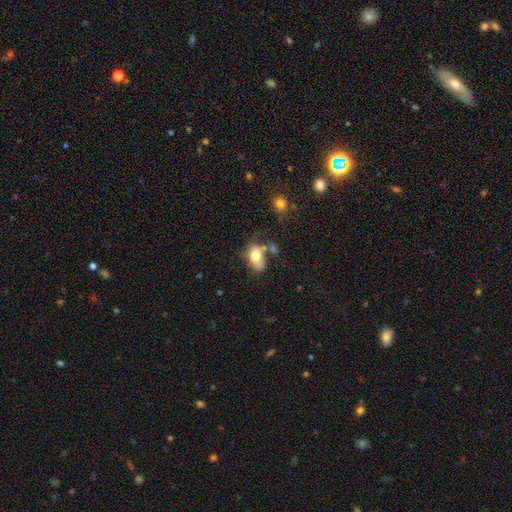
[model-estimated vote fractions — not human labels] smooth-or-featured: smooth: 74% | featured or disk: 18% | star or artifact: 8%
  how-rounded: in between: 88% | round: 10% | cigar-shaped: 2%
  merging: none: 36% | merger: 25% | minor disturbance: 24% | major disturbance: 14%